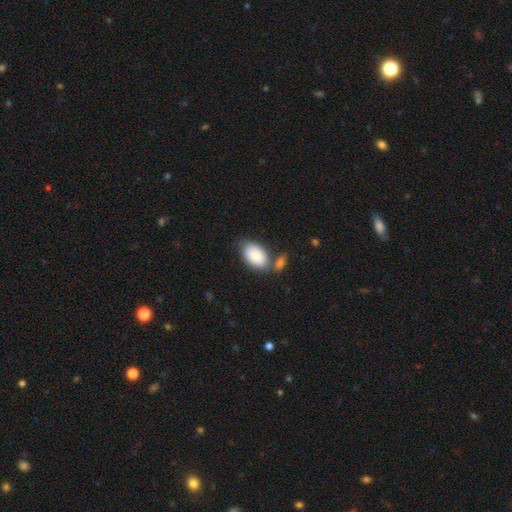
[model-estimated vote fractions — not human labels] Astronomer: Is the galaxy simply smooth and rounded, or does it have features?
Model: smooth — 84%.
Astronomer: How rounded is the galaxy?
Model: in between — 93%.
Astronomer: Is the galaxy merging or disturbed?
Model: none — 55%.